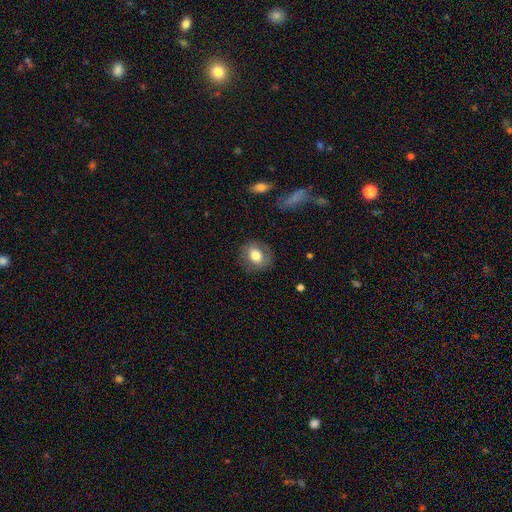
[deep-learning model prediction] Smooth or featured? smooth (75%)
How rounded? round (61%)
Merging? none (81%)